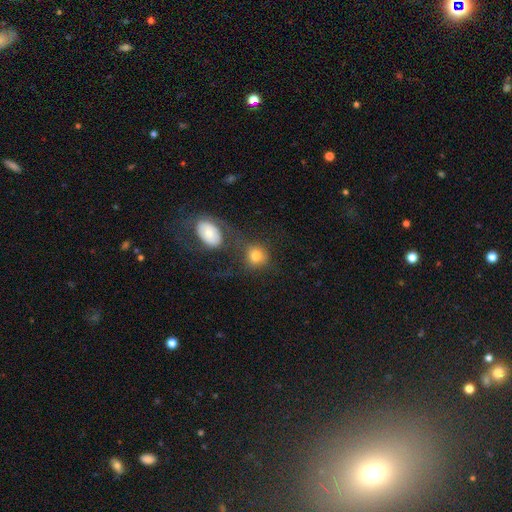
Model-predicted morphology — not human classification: The model was most divided on "merging": none: 47%, merger: 30%, minor disturbance: 12%, major disturbance: 11%. More confident: smooth or featured — smooth (75%); how rounded — round (69%).